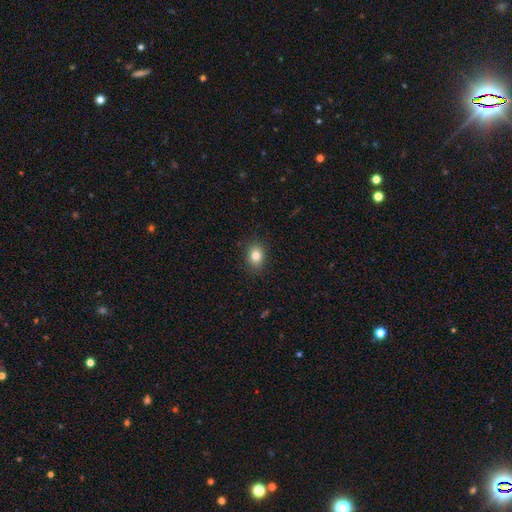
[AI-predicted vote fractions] This is clearly a smooth galaxy (83%). How rounded: possibly in between (57%). Merging: clearly none (88%).